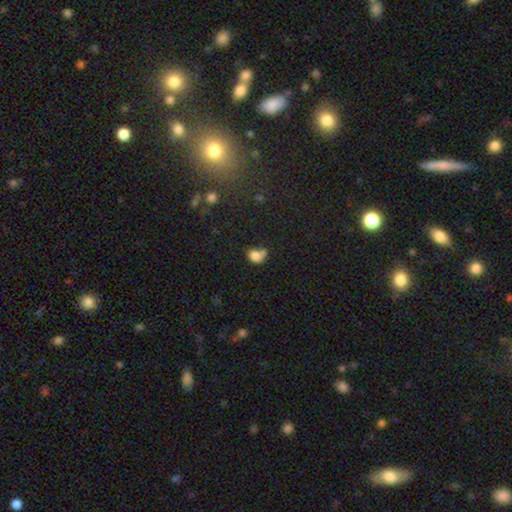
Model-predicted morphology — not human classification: A smooth galaxy with no disk features (76%) that is in between round and cigar-shaped (59%).

Vote fractions:
- Smooth or featured? smooth: 76% / featured or disk: 12% / star or artifact: 12%
- How rounded? in between: 59% / round: 40% / cigar-shaped: 1%
- Merging? merger: 34% / none: 29% / minor disturbance: 22% / major disturbance: 15%